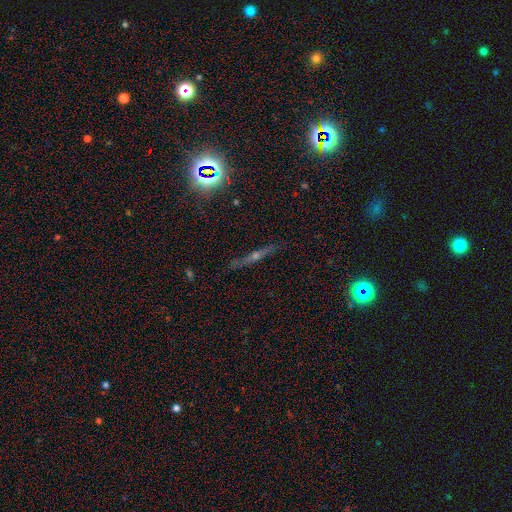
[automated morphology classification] Overall: featured or disk (59%; star or artifact 22%). Edge-on disk: yes (92%). Edge-on bulge: rounded (83%). Merging: none (85%).